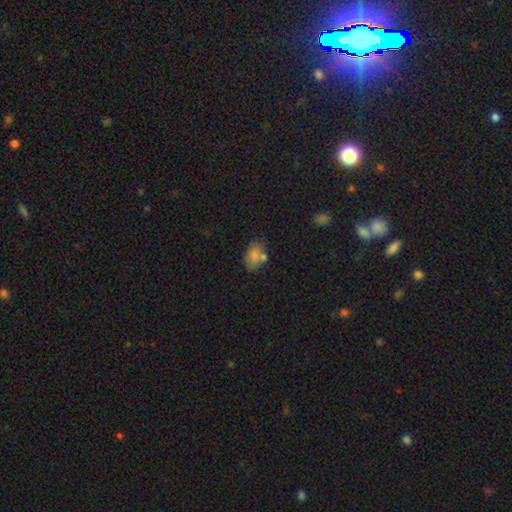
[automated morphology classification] smooth_or_featured: smooth (p=0.78) [alt: featured or disk p=0.13]
how_rounded: in between (p=0.82) [alt: round p=0.16]
merging: none (p=0.56) [alt: minor disturbance p=0.19]